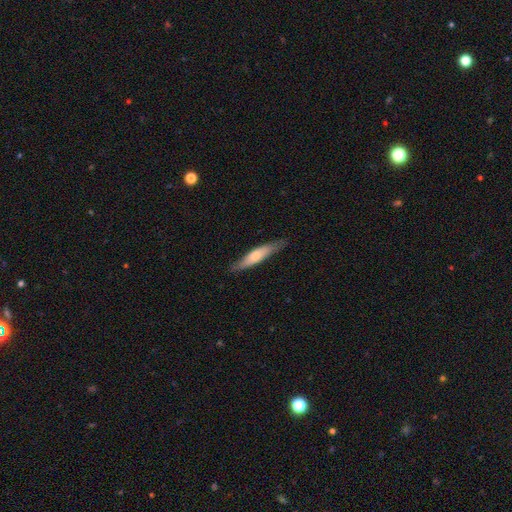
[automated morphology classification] A smooth galaxy with no disk features (64%) that is cigar-shaped (81%). Merging: none (80%).